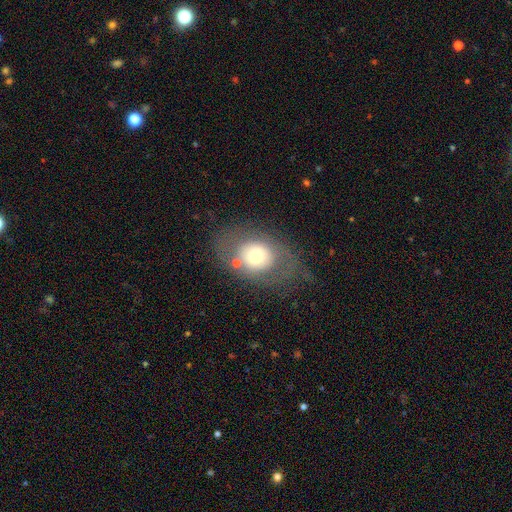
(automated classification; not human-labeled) smooth_or_featured: smooth (p=0.60) [alt: featured or disk p=0.31]
how_rounded: in between (p=0.65) [alt: round p=0.34]
merging: none (p=0.65) [alt: minor disturbance p=0.17]